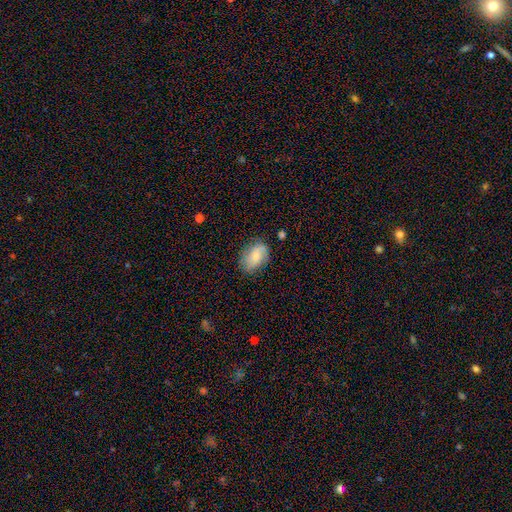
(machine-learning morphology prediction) This is possibly a smooth galaxy (59%). How rounded: clearly in between (80%). Merging: likely none (73%).